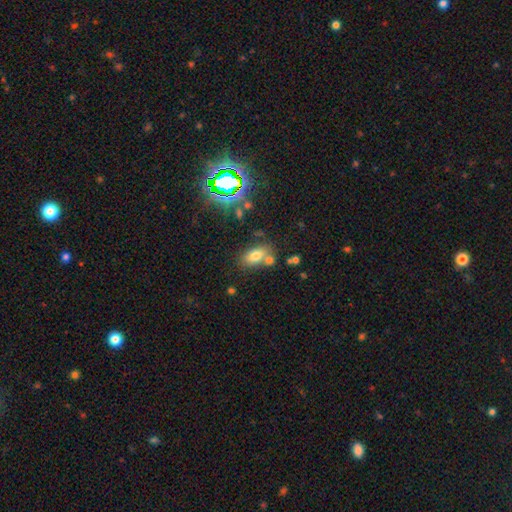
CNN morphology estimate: type=smooth (74%); roundness=in between (88%); merging=none (56%).